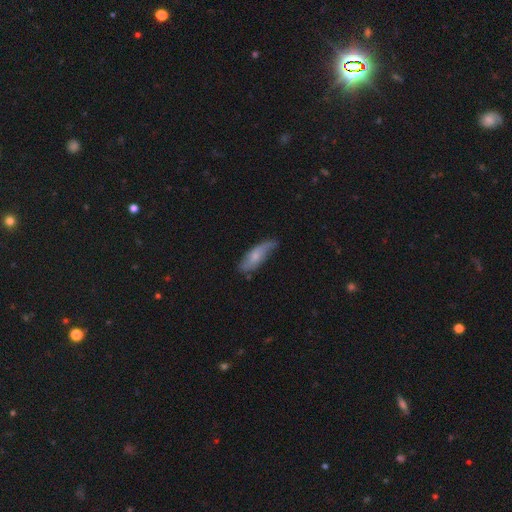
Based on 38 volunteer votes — Smooth or featured? featured or disk (53%)
Edge-on disk? no (95%)
Bar? no (53%)
Spiral arms? yes (100%)
Spiral winding? loose (68%)
Spiral arm count? 2 (100%)
Bulge size? small (47%)
Merging? none (76%)